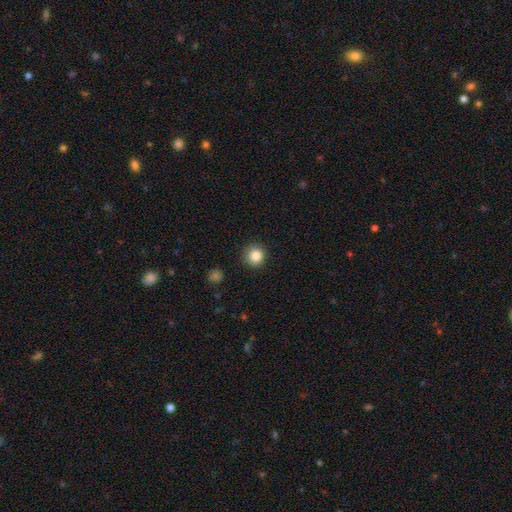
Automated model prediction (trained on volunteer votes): Smooth or featured?
  - smooth: 85% *
  - star or artifact: 10%
  - featured or disk: 4%
How rounded?
  - round: 91% *
  - in between: 8%
  - cigar-shaped: 1%
Merging?
  - none: 89% *
  - minor disturbance: 8%
  - major disturbance: 2%
  - merger: 1%